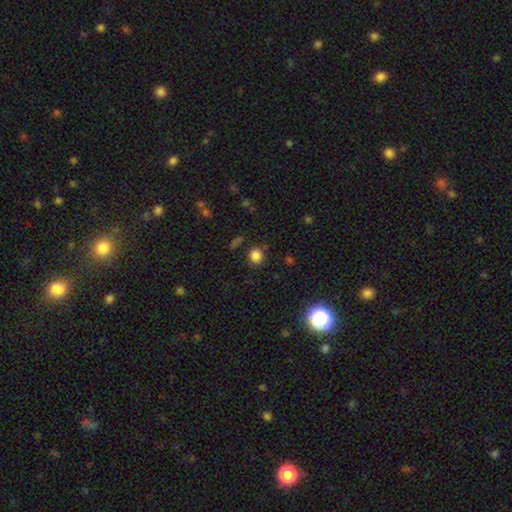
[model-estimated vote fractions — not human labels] This appears to be a smooth galaxy with no disk features (82%) that is round (82%). Merging: none (82%).